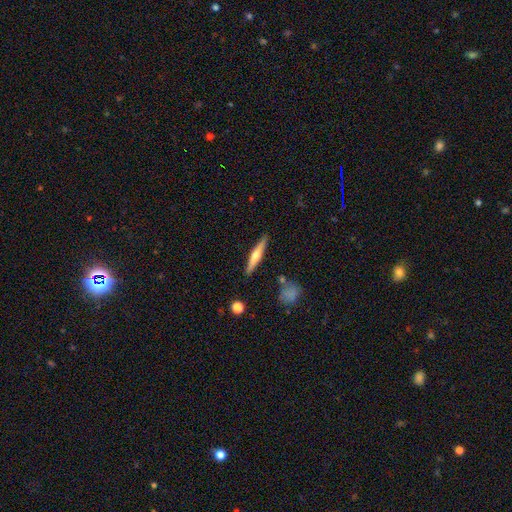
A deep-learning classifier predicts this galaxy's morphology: This appears to be a featured or disk galaxy (54%) viewed edge-on (96%) with a rounded central bulge (83%). Merging: none (87%).